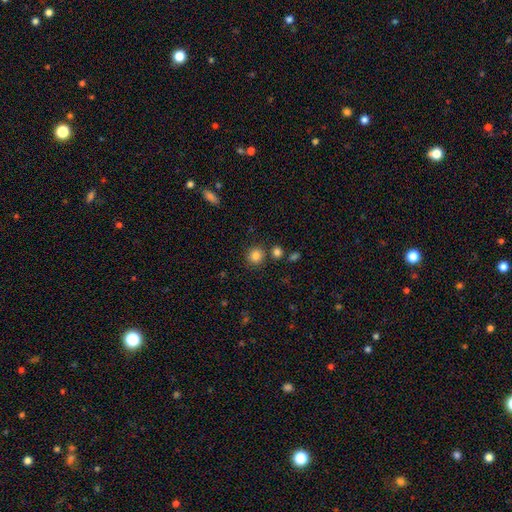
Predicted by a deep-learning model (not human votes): Smooth or featured?
  - smooth: 84% *
  - star or artifact: 11%
  - featured or disk: 5%
How rounded?
  - round: 91% *
  - in between: 8%
  - cigar-shaped: 1%
Merging?
  - none: 81% *
  - merger: 8%
  - minor disturbance: 8%
  - major disturbance: 3%